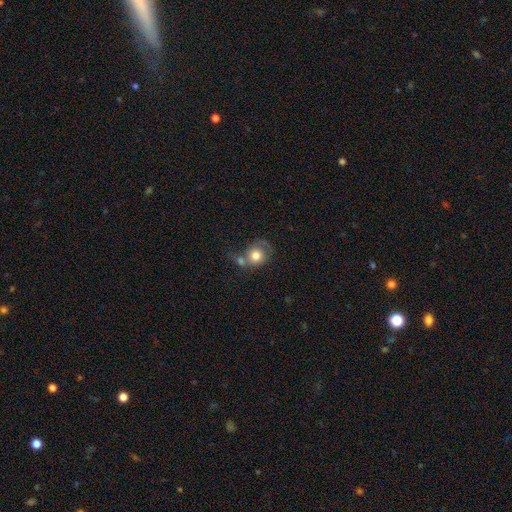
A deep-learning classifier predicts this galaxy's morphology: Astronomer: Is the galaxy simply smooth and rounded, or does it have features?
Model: smooth — 71%.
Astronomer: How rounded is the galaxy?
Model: round — 76%.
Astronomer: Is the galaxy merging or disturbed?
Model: merger — 45% (runner-up: none, 29%).